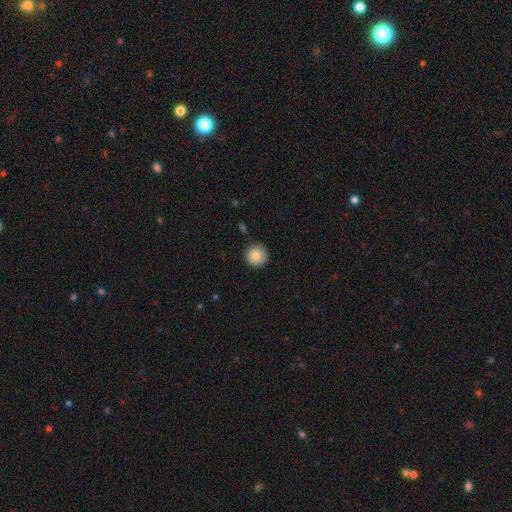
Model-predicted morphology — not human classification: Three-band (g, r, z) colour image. It shows a smooth galaxy with no disk features (82%) that is round (96%). Merging: none (88%).